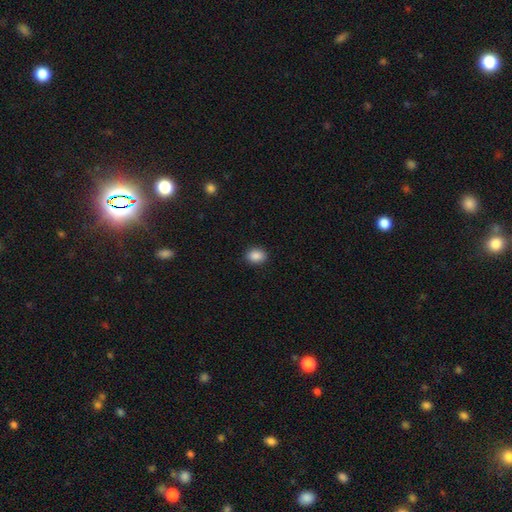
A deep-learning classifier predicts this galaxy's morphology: Smooth or featured? Predicted: smooth (p=0.89). How rounded? Predicted: in between (p=0.60). Merging? Predicted: none (p=0.90).